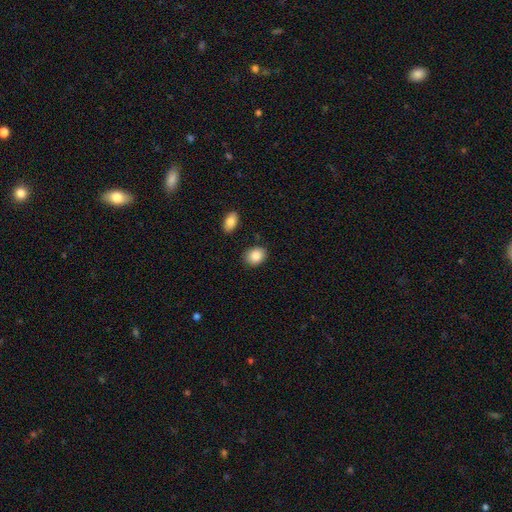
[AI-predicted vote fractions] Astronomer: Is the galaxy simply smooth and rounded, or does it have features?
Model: smooth — 88%.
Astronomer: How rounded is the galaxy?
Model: in between — 59% (runner-up: round, 40%).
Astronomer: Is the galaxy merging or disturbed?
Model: none — 82%.